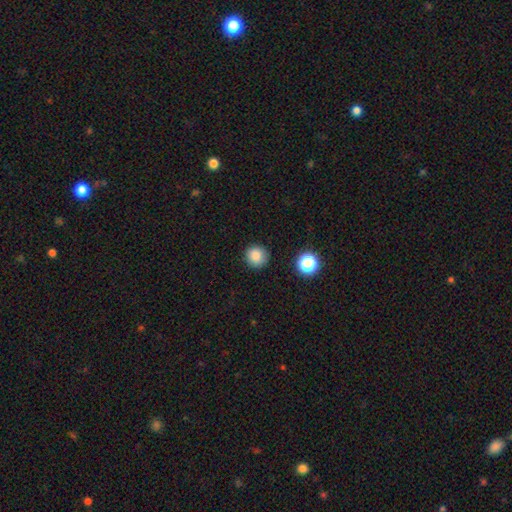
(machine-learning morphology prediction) Smooth or featured?
  - smooth: 85% *
  - star or artifact: 11%
  - featured or disk: 4%
How rounded?
  - round: 93% *
  - in between: 6%
  - cigar-shaped: 1%
Merging?
  - none: 87% *
  - minor disturbance: 8%
  - major disturbance: 3%
  - merger: 2%